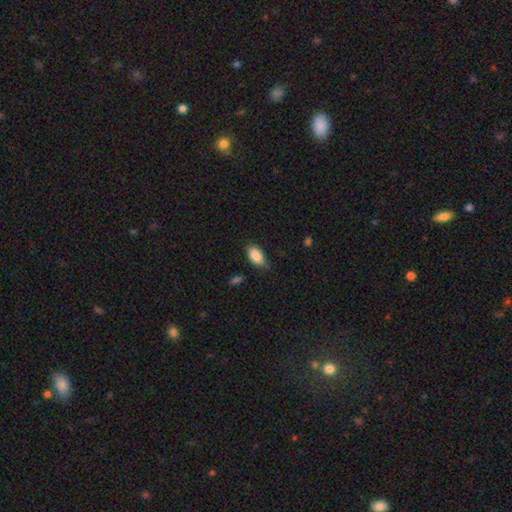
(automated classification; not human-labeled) The model was most divided on "merging": none: 72%, minor disturbance: 22%, major disturbance: 4%, merger: 2%. More confident: how rounded — in between (92%); smooth or featured — smooth (88%).